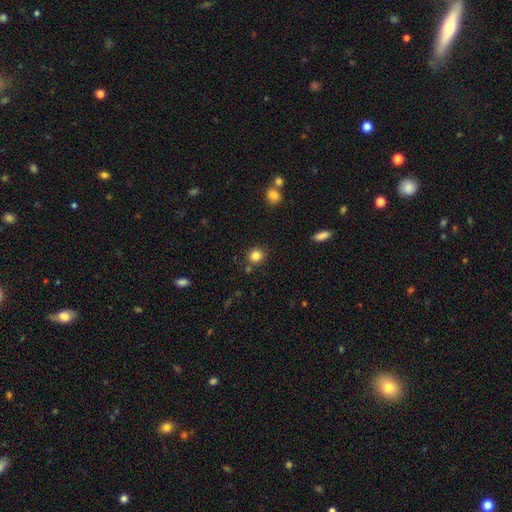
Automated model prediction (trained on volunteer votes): Q: Smooth or featured?
A: smooth (84%); runner-up: star or artifact (11%)
Q: How rounded?
A: round (86%); runner-up: in between (13%)
Q: Merging?
A: none (84%); runner-up: minor disturbance (9%)